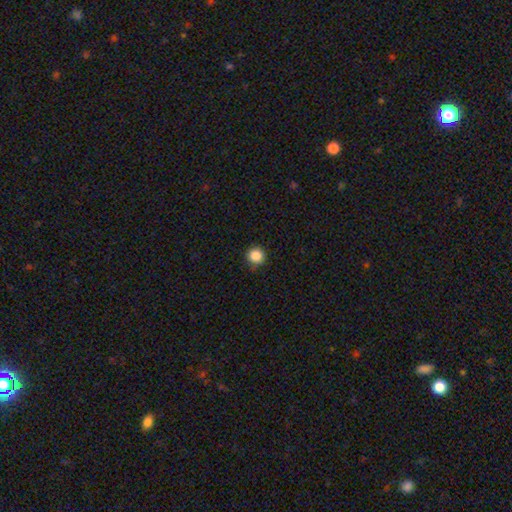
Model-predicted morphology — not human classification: smooth_or_featured: smooth (p=0.86) [alt: star or artifact p=0.11]
how_rounded: round (p=0.95) [alt: in between p=0.05]
merging: none (p=0.87) [alt: minor disturbance p=0.10]